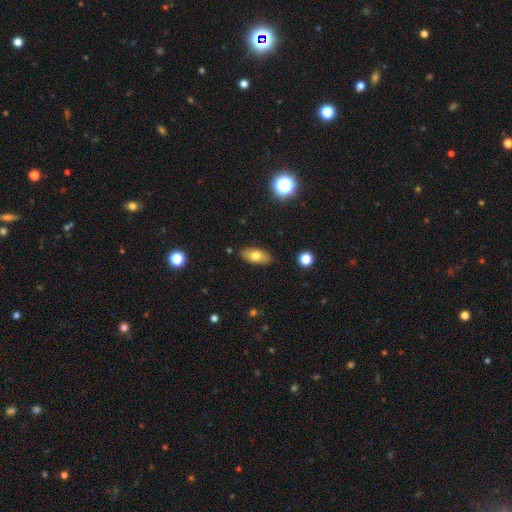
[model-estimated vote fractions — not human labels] smooth 73%, featured or disk 18%, star or artifact 8%. Down the decision tree: how rounded — in between (85%); merging — none (86%).